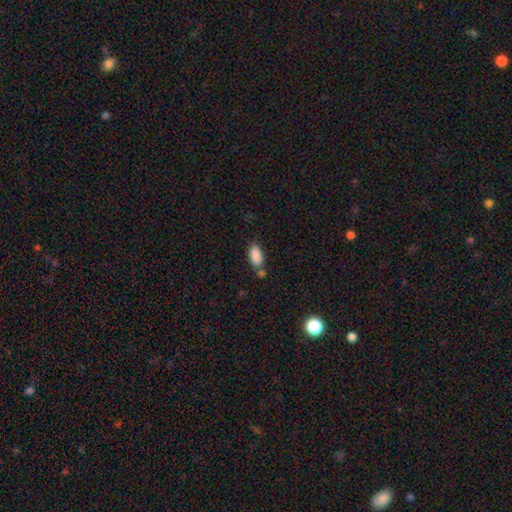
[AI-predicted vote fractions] Smooth or featured? Predicted: smooth (p=0.88). How rounded? Predicted: in between (p=0.88). Merging? Predicted: none (p=0.61).